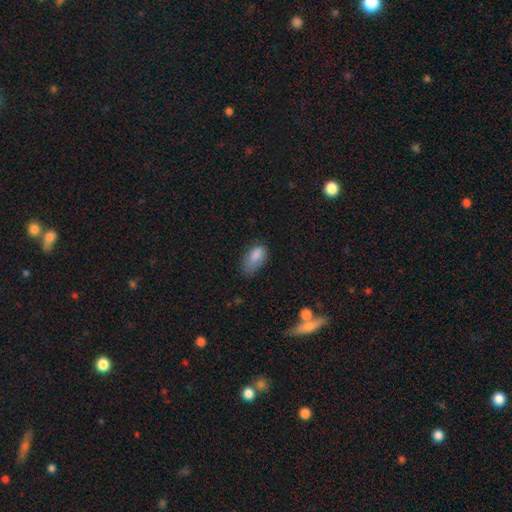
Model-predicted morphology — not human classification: Overall: smooth (84%). How rounded: in between (92%). Merging: none (46%; minor disturbance 37%).